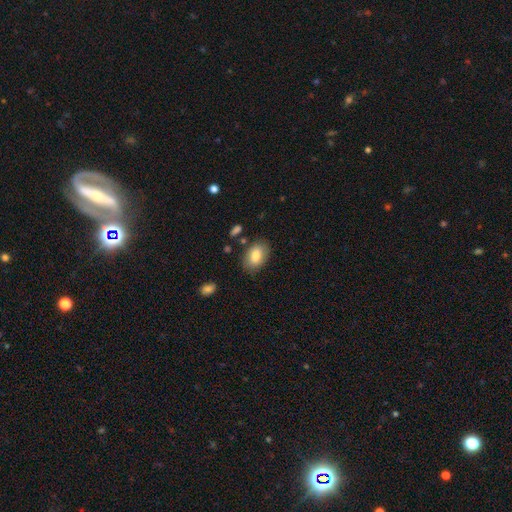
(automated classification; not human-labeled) A smooth galaxy with no disk features (80%) that is in between round and cigar-shaped (86%). Merging: none (81%).